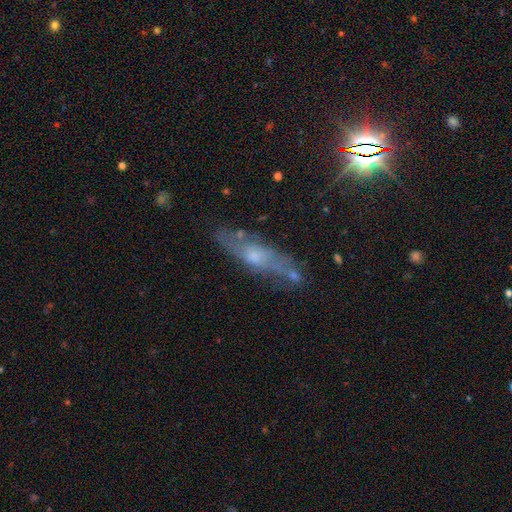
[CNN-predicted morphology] Smooth or featured? Predicted: featured or disk (p=0.55). Edge-on disk? Predicted: yes (p=0.52). Merging? Predicted: none (p=0.61).